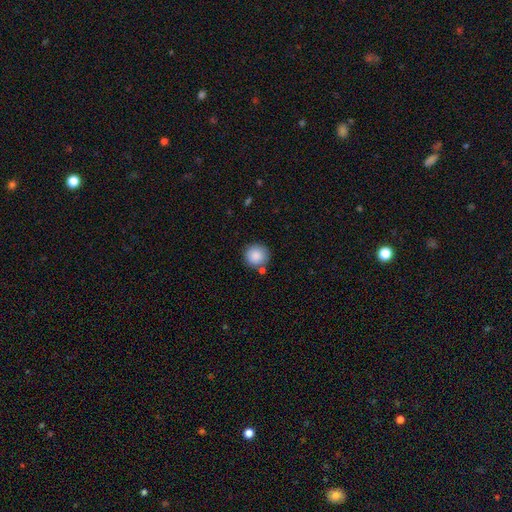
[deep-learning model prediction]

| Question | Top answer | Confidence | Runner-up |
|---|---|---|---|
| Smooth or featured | smooth | 88% | star or artifact (8%) |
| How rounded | round | 94% | in between (5%) |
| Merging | none | 79% | minor disturbance (10%) |